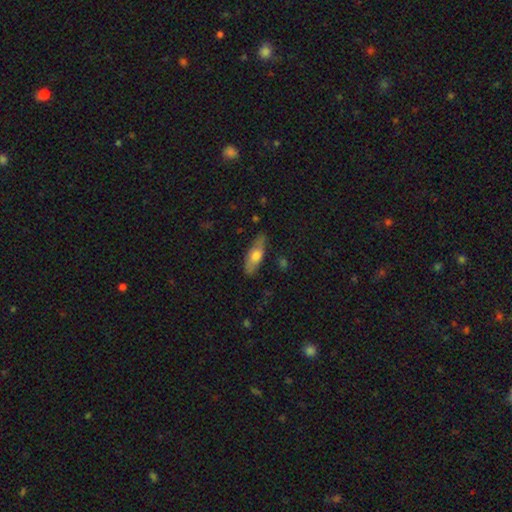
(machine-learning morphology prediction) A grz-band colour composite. It shows a smooth galaxy with no disk features (61%) that is in between round and cigar-shaped (58%). Merging: none (80%).